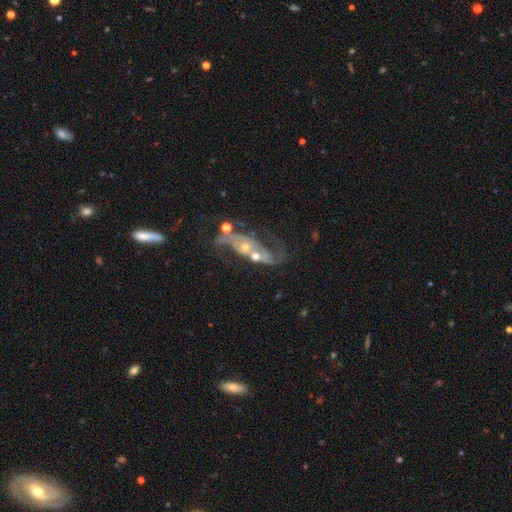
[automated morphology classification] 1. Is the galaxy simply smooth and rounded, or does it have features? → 73% featured or disk, 14% smooth, 12% star or artifact.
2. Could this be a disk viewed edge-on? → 84% no, 16% yes.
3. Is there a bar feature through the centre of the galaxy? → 68% no, 22% weak, 10% strong.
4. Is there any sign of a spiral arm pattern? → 67% yes, 33% no.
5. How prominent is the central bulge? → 50% moderate, 38% small, 6% none, 5% large, 2% dominant.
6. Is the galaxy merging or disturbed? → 38% merger, 30% none, 19% major disturbance, 13% minor disturbance.